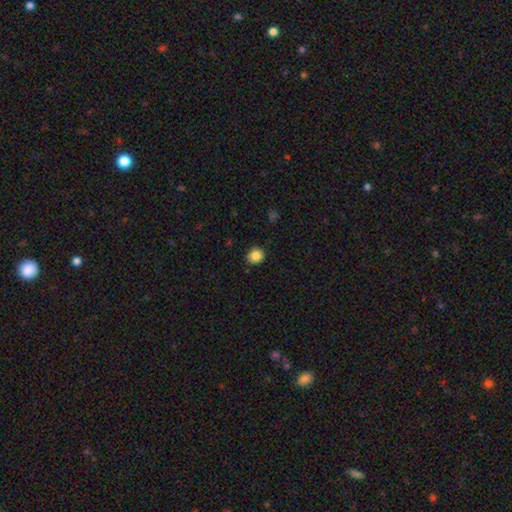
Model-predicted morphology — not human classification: smooth 85%, star or artifact 10%, featured or disk 5%. Down the decision tree: how rounded — round (77%); merging — none (89%).